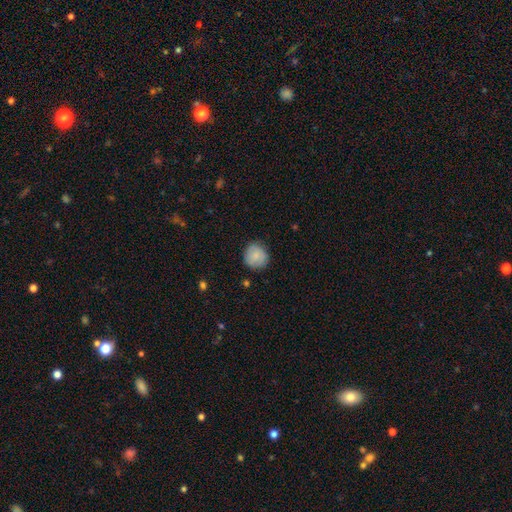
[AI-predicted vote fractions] This is likely a smooth galaxy (79%). How rounded: clearly round (89%). Merging: likely none (78%).